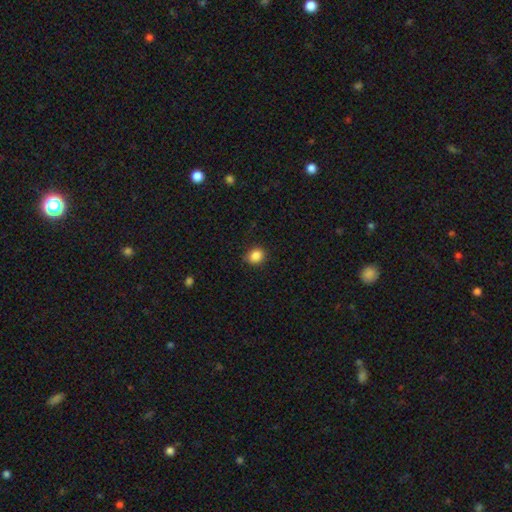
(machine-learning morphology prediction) This appears to be a smooth galaxy with no disk features (86%) that is round (72%). Merging: none (85%).